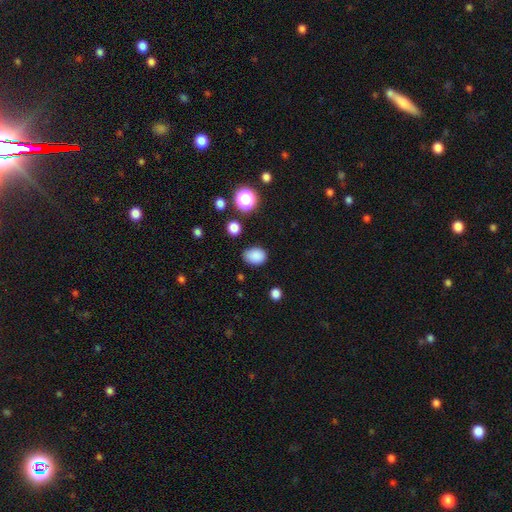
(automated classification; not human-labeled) smooth_or_featured: smooth (p=0.85) [alt: star or artifact p=0.11]
how_rounded: in between (p=0.70) [alt: round p=0.29]
merging: none (p=0.75) [alt: minor disturbance p=0.18]